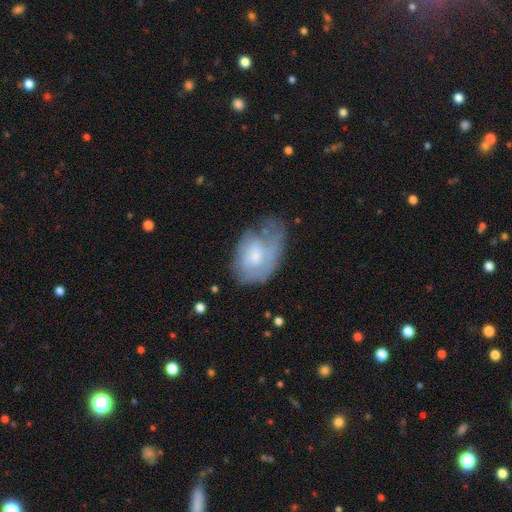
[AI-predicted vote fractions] The model was most divided on "merging": minor disturbance: 34%, none: 31%, major disturbance: 31%, merger: 4%. More confident: how rounded — in between (82%); smooth or featured — smooth (50%).